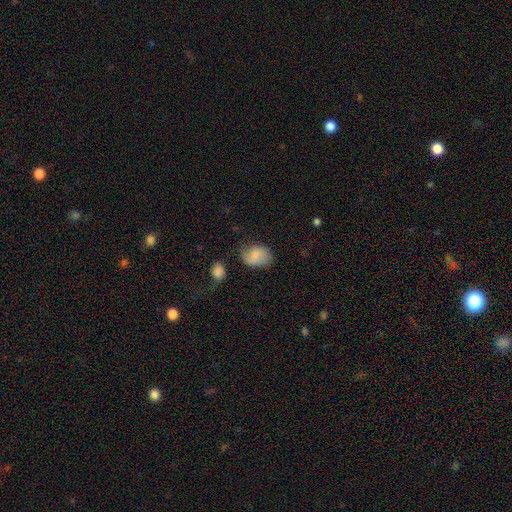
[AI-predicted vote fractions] smooth_or_featured: smooth (p=0.74) [alt: featured or disk p=0.18]
how_rounded: in between (p=0.73) [alt: round p=0.26]
merging: none (p=0.64) [alt: minor disturbance p=0.25]